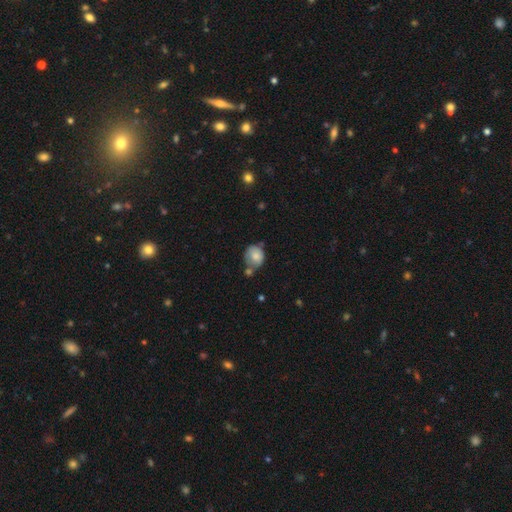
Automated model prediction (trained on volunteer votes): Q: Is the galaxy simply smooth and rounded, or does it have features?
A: smooth — 73%.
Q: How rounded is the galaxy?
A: round — 62%.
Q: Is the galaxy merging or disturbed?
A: none — 39%.